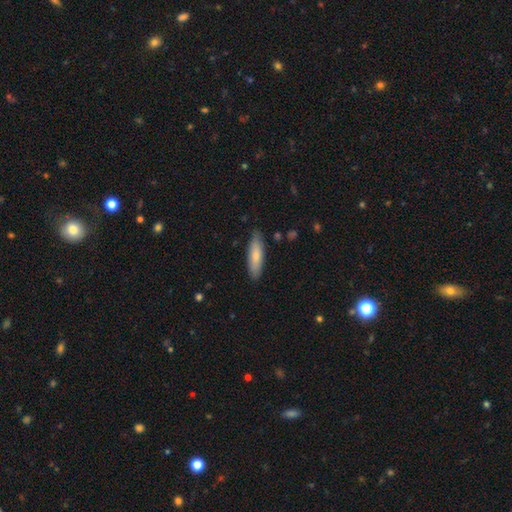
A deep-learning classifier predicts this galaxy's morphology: Smooth or featured?
  - smooth: 78% *
  - featured or disk: 17%
  - star or artifact: 5%
How rounded?
  - cigar-shaped: 59% *
  - in between: 39%
  - round: 2%
Merging?
  - none: 86% *
  - minor disturbance: 11%
  - major disturbance: 2%
  - merger: 1%